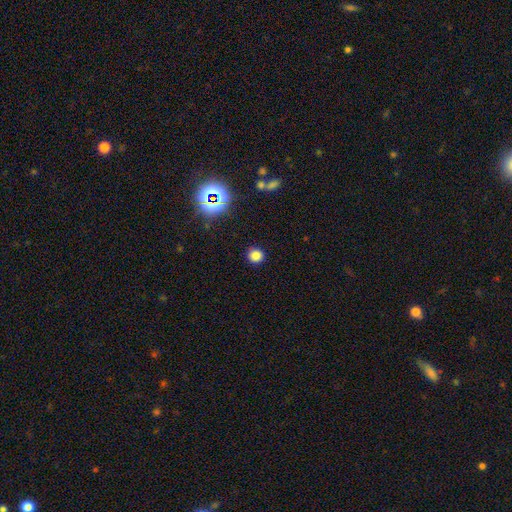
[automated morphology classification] This is likely a smooth galaxy (80%). How rounded: clearly round (90%). Merging: clearly none (89%).